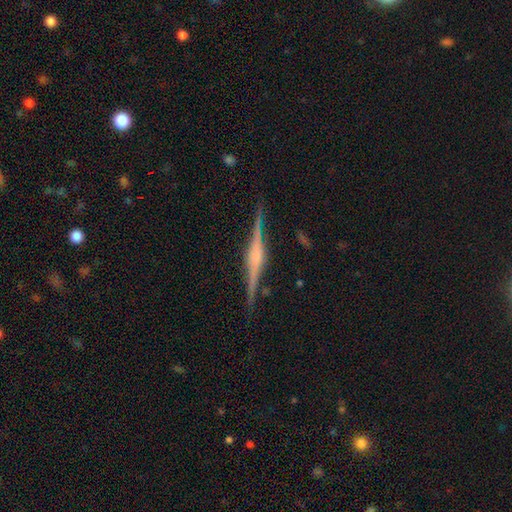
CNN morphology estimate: This appears to be a featured or disk galaxy (87%) viewed edge-on (98%) with a rounded central bulge (63%). Merging: none (90%).